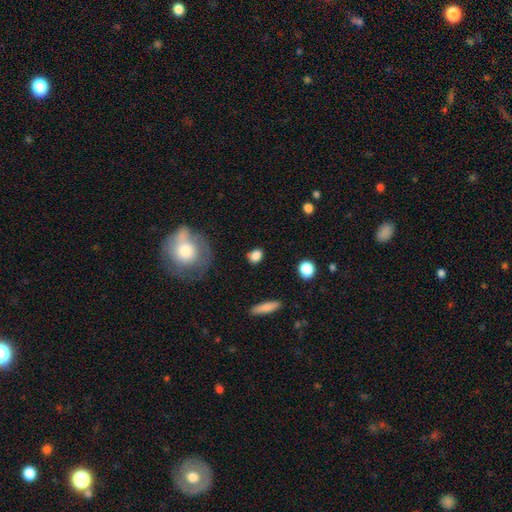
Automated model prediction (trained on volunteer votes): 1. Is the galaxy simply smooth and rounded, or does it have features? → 83% smooth, 9% star or artifact, 8% featured or disk.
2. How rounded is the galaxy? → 55% in between, 41% round, 3% cigar-shaped.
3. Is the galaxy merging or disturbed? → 77% none, 14% minor disturbance, 6% major disturbance, 3% merger.